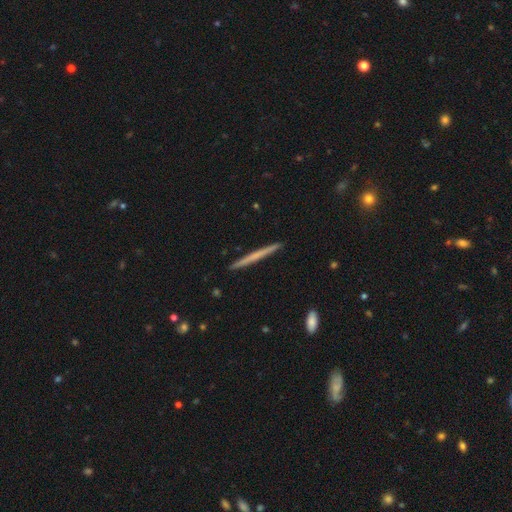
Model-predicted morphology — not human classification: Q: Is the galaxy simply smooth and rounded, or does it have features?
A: smooth — 49%.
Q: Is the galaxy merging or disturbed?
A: none — 93%.